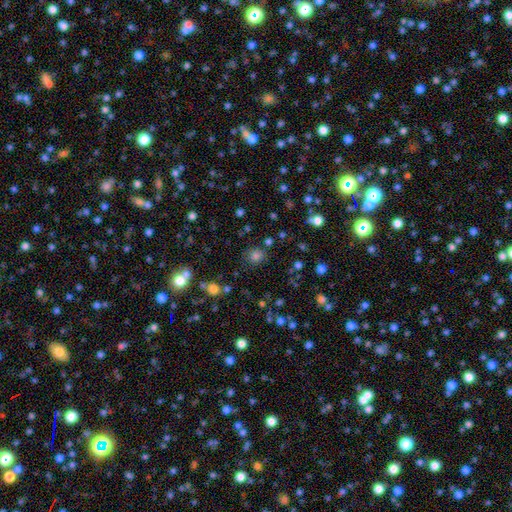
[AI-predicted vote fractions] Smooth or featured? Predicted: smooth (p=0.77). How rounded? Predicted: round (p=0.81). Merging? Predicted: none (p=0.82).